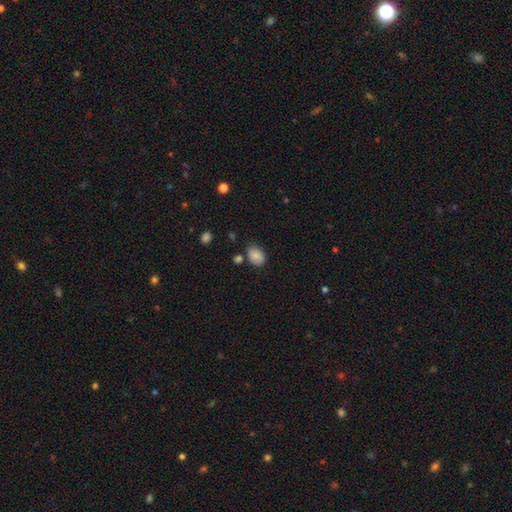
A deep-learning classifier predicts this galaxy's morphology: type=smooth (84%); roundness=in between (76%); merging=none (67%).